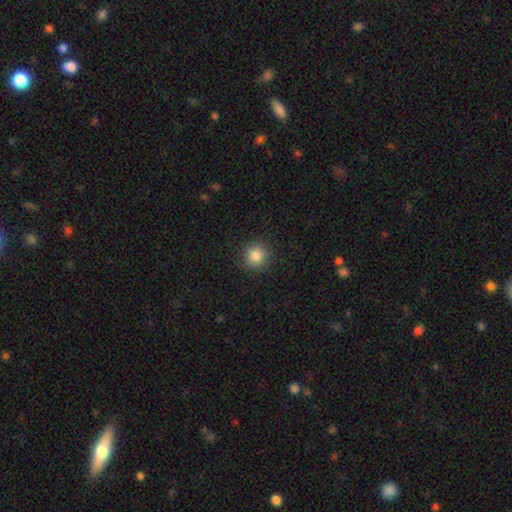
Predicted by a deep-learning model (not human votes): Smooth or featured?
  - smooth: 85% *
  - star or artifact: 10%
  - featured or disk: 4%
How rounded?
  - round: 94% *
  - in between: 5%
  - cigar-shaped: 1%
Merging?
  - none: 90% *
  - minor disturbance: 7%
  - major disturbance: 2%
  - merger: 1%